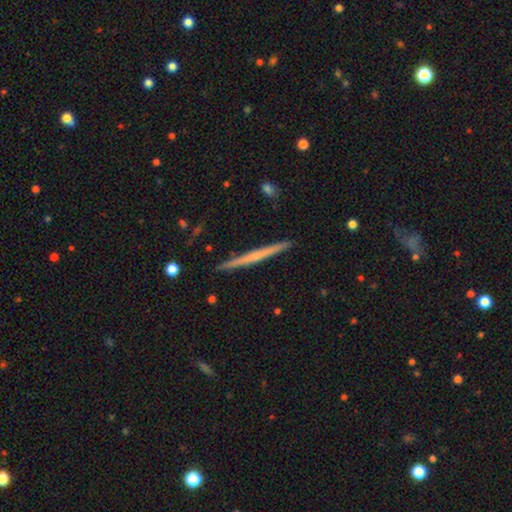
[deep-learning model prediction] Smooth or featured: featured or disk — 60% (smooth — 35%)
Edge-on disk: yes — 98% (no — 2%)
Edge-on bulge: none — 71% (rounded — 23%)
Merging: none — 92% (minor disturbance — 6%)